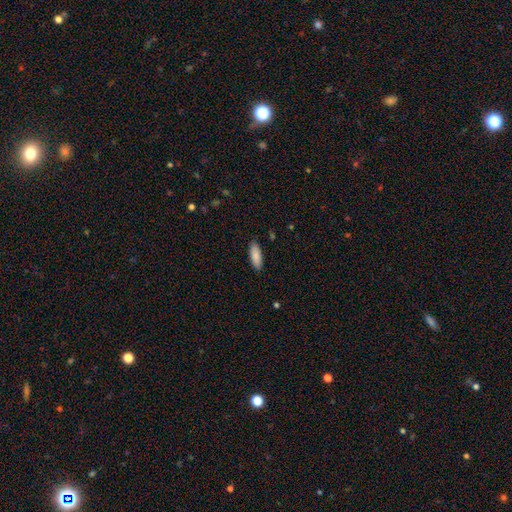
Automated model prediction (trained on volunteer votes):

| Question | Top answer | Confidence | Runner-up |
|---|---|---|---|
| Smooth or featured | smooth | 88% | featured or disk (6%) |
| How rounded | in between | 68% | cigar-shaped (30%) |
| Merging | none | 88% | minor disturbance (9%) |